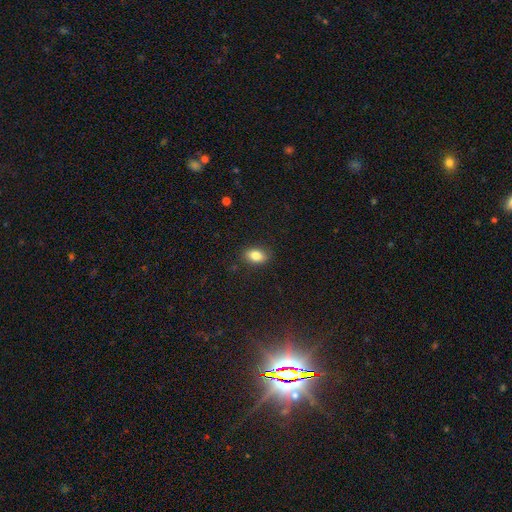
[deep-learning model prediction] A smooth galaxy with no disk features (83%) that is in between round and cigar-shaped (84%).

Vote fractions:
- Smooth or featured? smooth: 83% / star or artifact: 9% / featured or disk: 8%
- How rounded? in between: 84% / round: 14% / cigar-shaped: 2%
- Merging? none: 87% / minor disturbance: 10% / major disturbance: 2% / merger: 1%